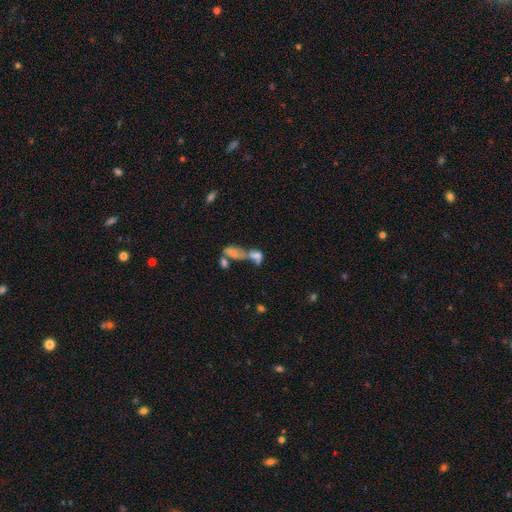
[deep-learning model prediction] Morphology: type=smooth (55%); roundness=in between (73%); merging=merger (68%).